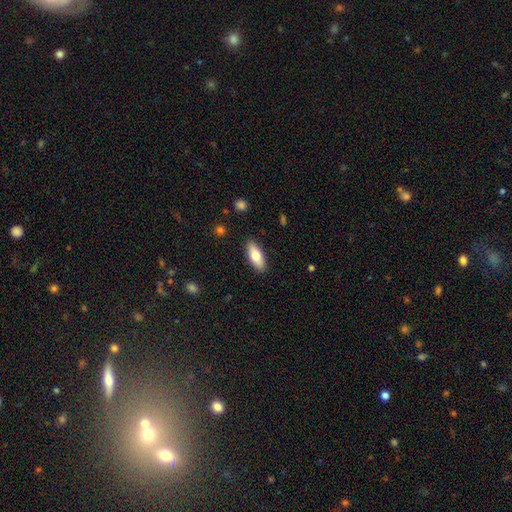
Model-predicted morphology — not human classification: Smooth or featured: smooth — 73% (featured or disk — 21%)
How rounded: in between — 73% (cigar-shaped — 25%)
Merging: none — 89% (minor disturbance — 8%)